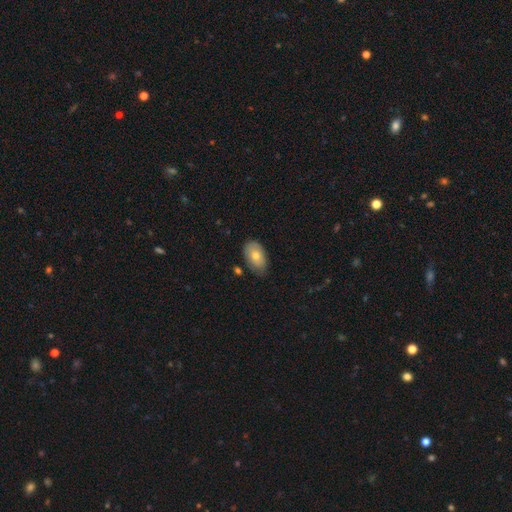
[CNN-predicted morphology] Q: Smooth or featured?
A: smooth (70%); runner-up: featured or disk (23%)
Q: How rounded?
A: in between (92%); runner-up: round (7%)
Q: Merging?
A: none (71%); runner-up: minor disturbance (23%)